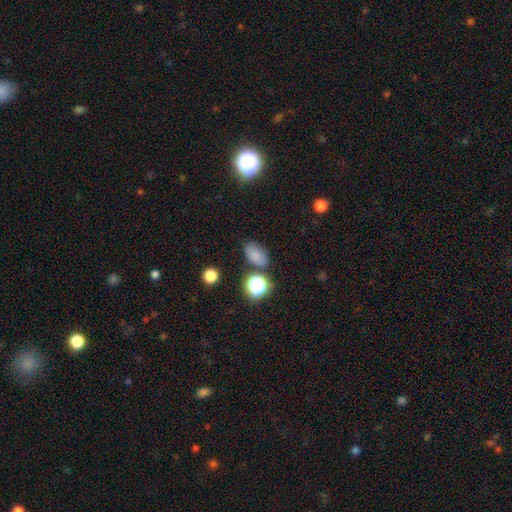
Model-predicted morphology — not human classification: Smooth or featured?
  - smooth: 76% *
  - star or artifact: 17%
  - featured or disk: 8%
How rounded?
  - in between: 84% *
  - round: 14%
  - cigar-shaped: 2%
Merging?
  - none: 73% *
  - minor disturbance: 15%
  - merger: 7%
  - major disturbance: 5%